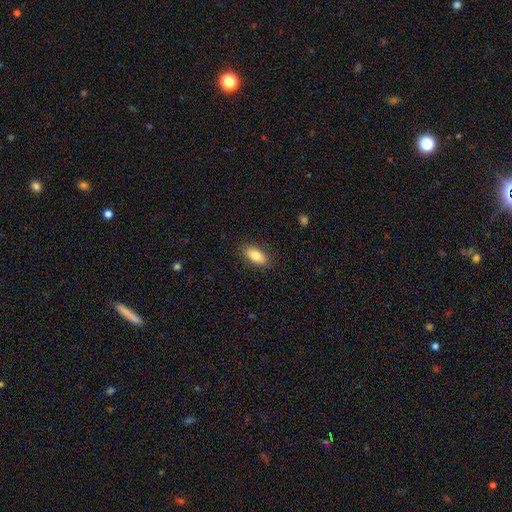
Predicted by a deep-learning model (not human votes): A smooth galaxy with no disk features (83%) that is in between round and cigar-shaped (87%). Merging: none (88%).